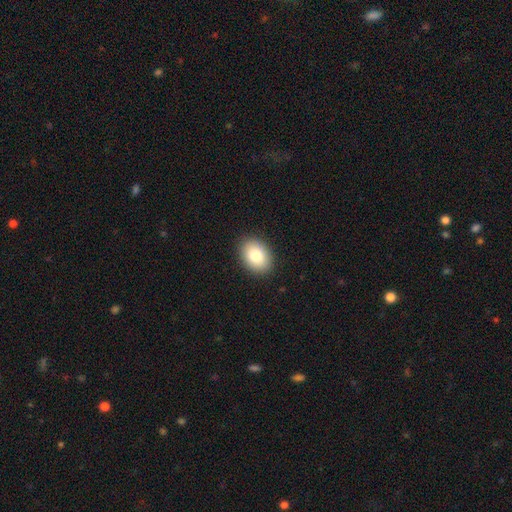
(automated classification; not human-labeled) Smooth or featured? smooth (83%)
How rounded? in between (76%)
Merging? none (90%)